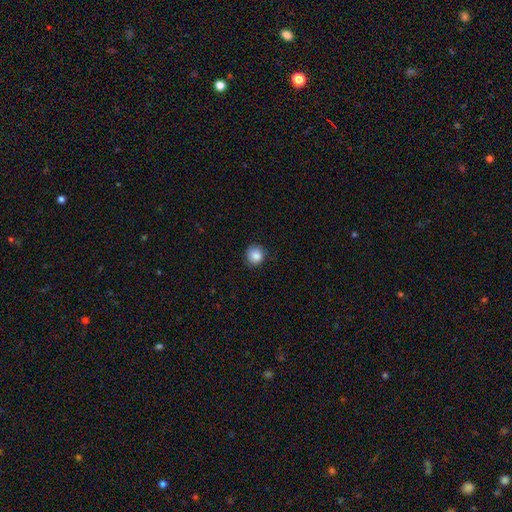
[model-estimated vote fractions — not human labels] Morphology: type=smooth (87%); roundness=round (91%); merging=none (84%).